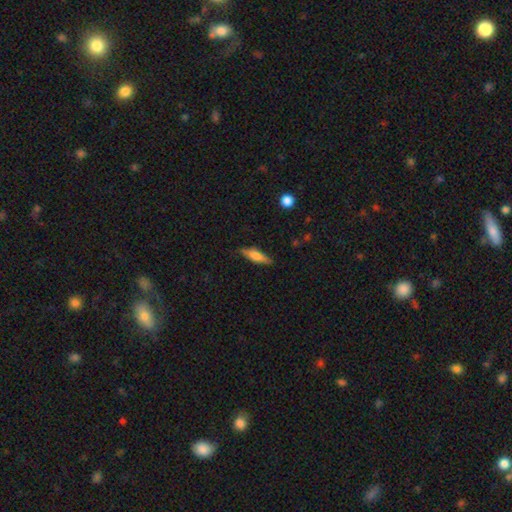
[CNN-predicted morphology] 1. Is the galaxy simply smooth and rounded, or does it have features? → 59% smooth, 35% featured or disk, 7% star or artifact.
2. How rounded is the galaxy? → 62% cigar-shaped, 36% in between, 3% round.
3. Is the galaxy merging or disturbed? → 84% none, 13% minor disturbance, 3% major disturbance, 1% merger.